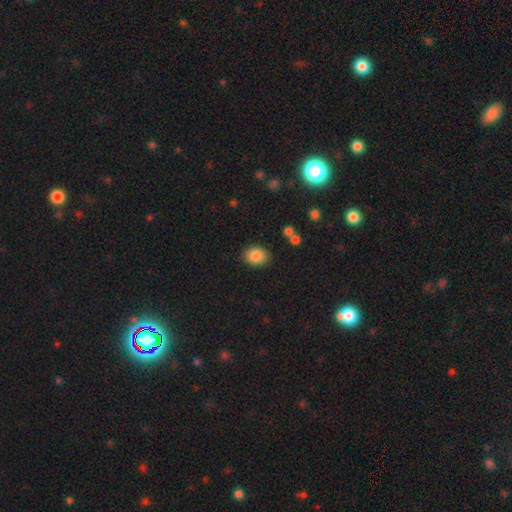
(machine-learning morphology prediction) This is clearly a smooth galaxy (86%). How rounded: possibly in between (56%). Merging: clearly none (87%).